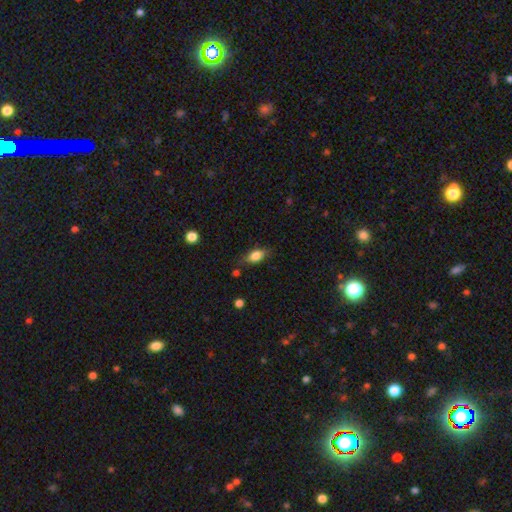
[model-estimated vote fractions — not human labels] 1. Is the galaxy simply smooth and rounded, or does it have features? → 77% smooth, 15% featured or disk, 8% star or artifact.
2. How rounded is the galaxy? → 83% in between, 9% cigar-shaped, 8% round.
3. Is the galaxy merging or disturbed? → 73% none, 20% minor disturbance, 5% major disturbance, 2% merger.